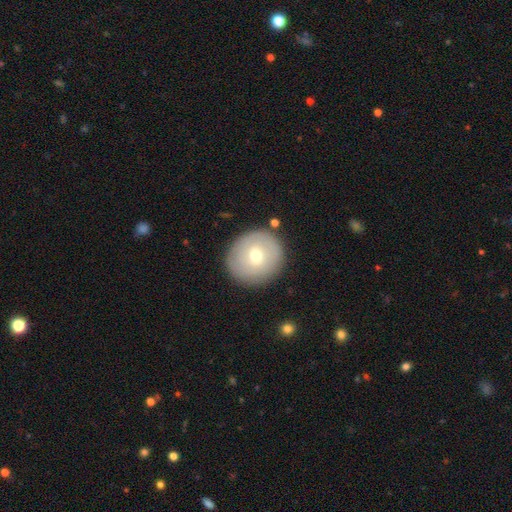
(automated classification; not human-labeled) The model was most divided on "smooth or featured": smooth: 61%, featured or disk: 31%, star or artifact: 8%. More confident: how rounded — round (89%); merging — none (86%).